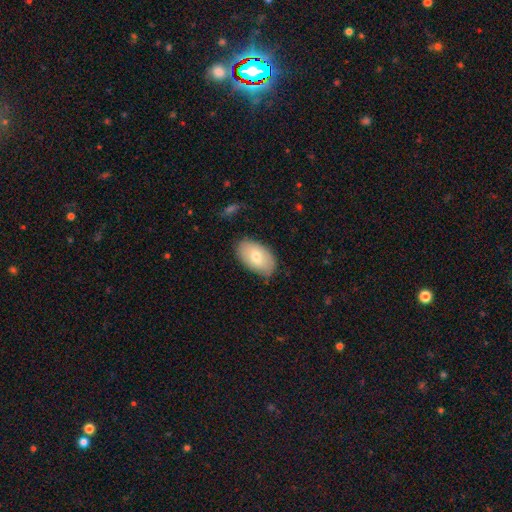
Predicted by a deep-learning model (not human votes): smooth 72%, featured or disk 21%, star or artifact 6%. Down the decision tree: how rounded — in between (93%); merging — none (80%).